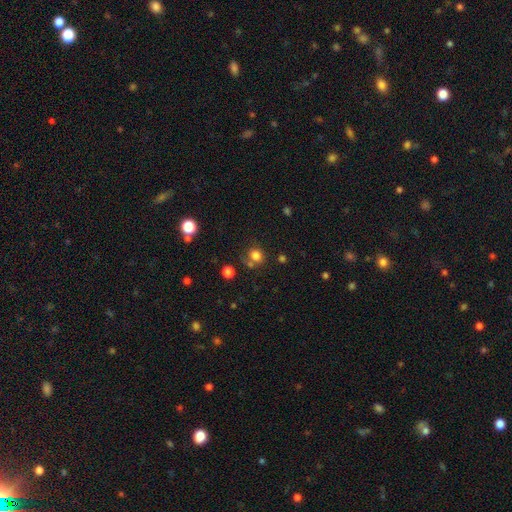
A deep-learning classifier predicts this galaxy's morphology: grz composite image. It shows a smooth galaxy with no disk features (78%) that is round (75%). Merging: none (62%).